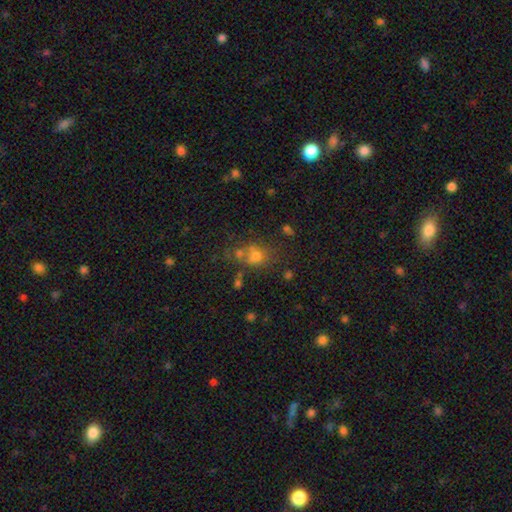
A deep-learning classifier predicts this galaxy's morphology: Smooth or featured: smooth — 64% (star or artifact — 22%)
How rounded: round — 64% (in between — 35%)
Merging: none — 48% (merger — 30%)